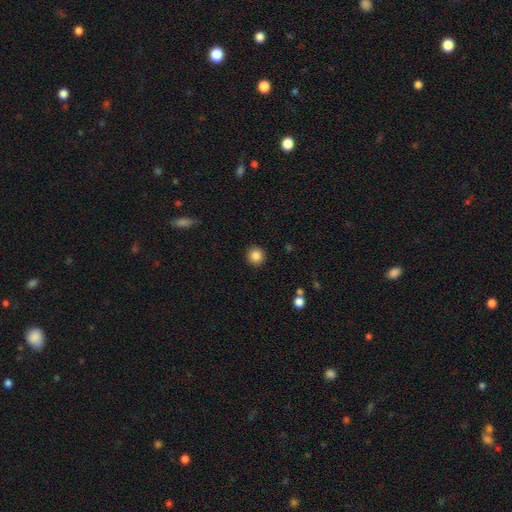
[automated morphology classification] A smooth galaxy with no disk features (85%) that is round (94%). Merging: none (92%).